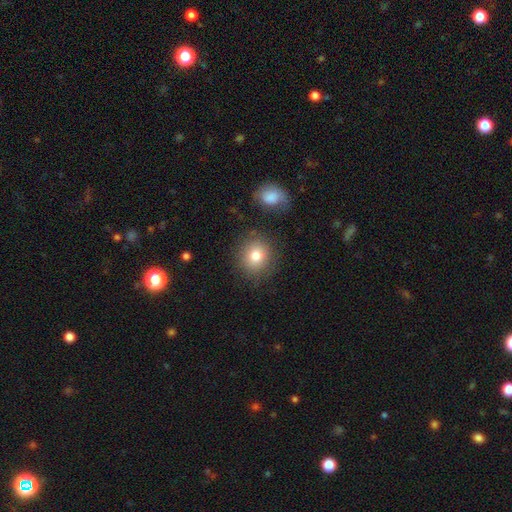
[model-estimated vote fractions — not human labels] This appears to be a smooth galaxy with no disk features (80%) that is round (82%). Merging: none (83%).